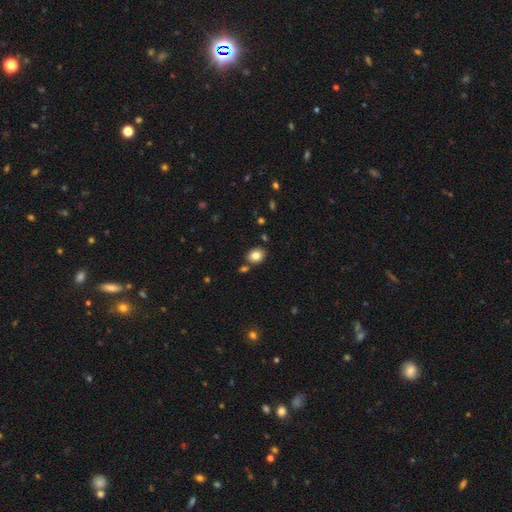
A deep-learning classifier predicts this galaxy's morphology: smooth_or_featured: smooth (p=0.82) [alt: star or artifact p=0.10]
how_rounded: in between (p=0.52) [alt: round p=0.47]
merging: none (p=0.79) [alt: minor disturbance p=0.10]